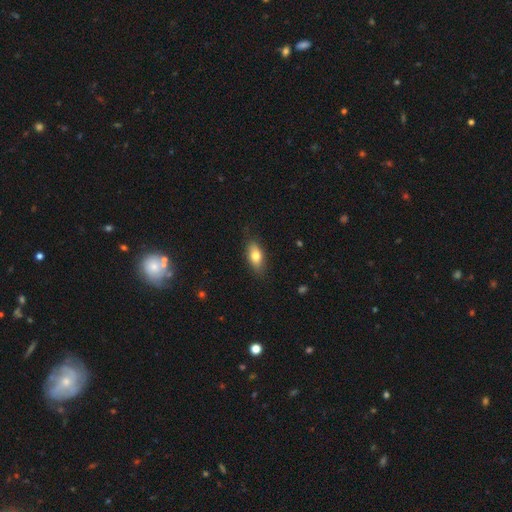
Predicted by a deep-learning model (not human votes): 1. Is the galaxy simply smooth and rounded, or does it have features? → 75% smooth, 18% featured or disk, 7% star or artifact.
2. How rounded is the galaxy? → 82% in between, 13% cigar-shaped, 5% round.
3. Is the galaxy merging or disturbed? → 82% none, 14% minor disturbance, 3% major disturbance, 1% merger.